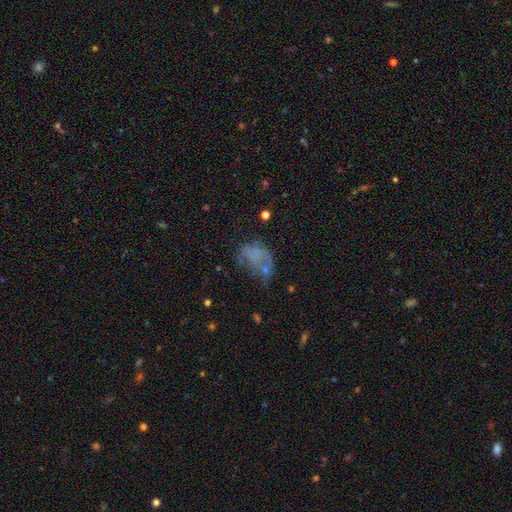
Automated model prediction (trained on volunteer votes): Q: Smooth or featured?
A: smooth (51%); runner-up: featured or disk (30%)
Q: How rounded?
A: in between (77%); runner-up: round (21%)
Q: Merging?
A: major disturbance (37%); runner-up: none (30%)